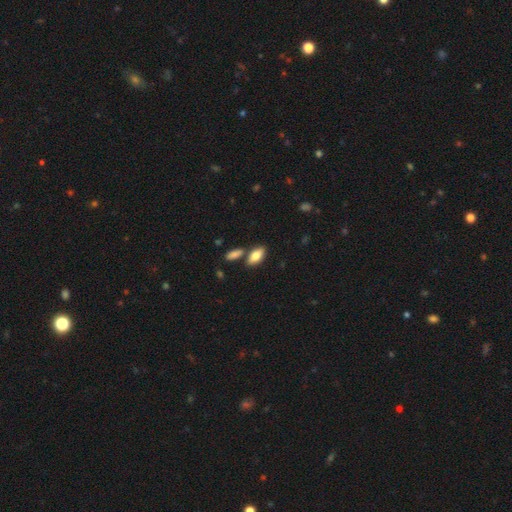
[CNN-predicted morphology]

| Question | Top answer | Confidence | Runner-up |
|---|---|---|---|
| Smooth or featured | smooth | 79% | featured or disk (14%) |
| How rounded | in between | 88% | cigar-shaped (9%) |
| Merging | none | 70% | merger (16%) |